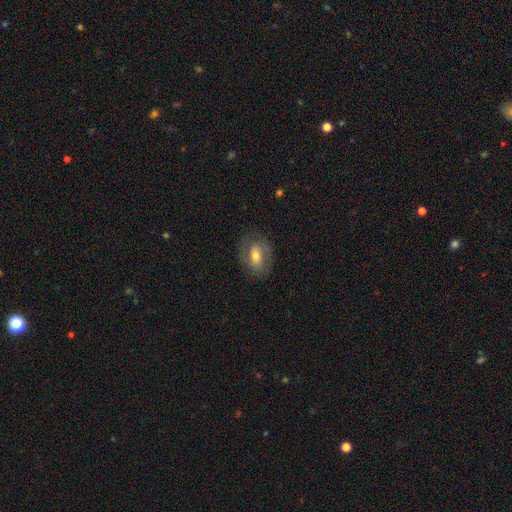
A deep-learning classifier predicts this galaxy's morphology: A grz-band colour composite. It shows a featured or disk galaxy (47%). Merging: none (76%).